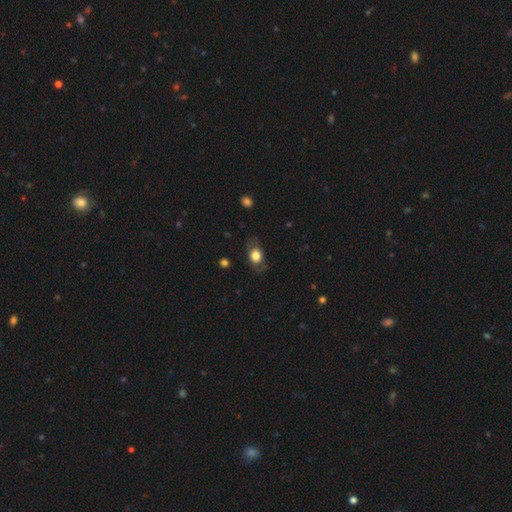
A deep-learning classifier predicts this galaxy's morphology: Smooth or featured? Predicted: smooth (p=0.72). How rounded? Predicted: in between (p=0.62). Merging? Predicted: none (p=0.68).